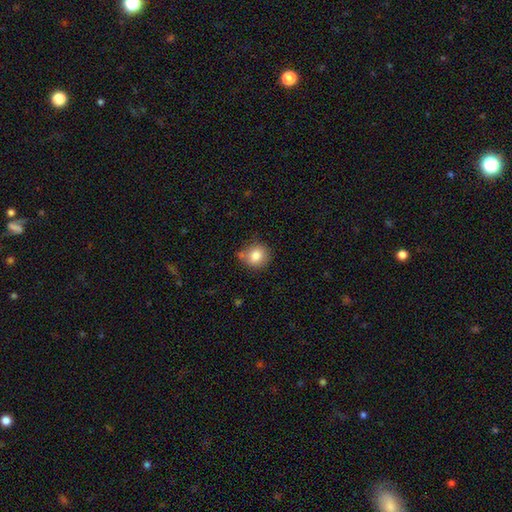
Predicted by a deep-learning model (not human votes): A smooth galaxy with no disk features (82%) that is round (84%). Merging: none (71%).